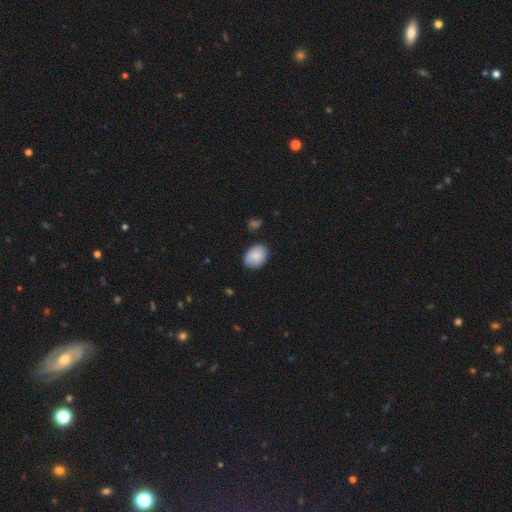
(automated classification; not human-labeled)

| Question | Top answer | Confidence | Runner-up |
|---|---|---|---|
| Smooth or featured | smooth | 87% | star or artifact (7%) |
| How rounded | in between | 69% | round (30%) |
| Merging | none | 79% | minor disturbance (16%) |